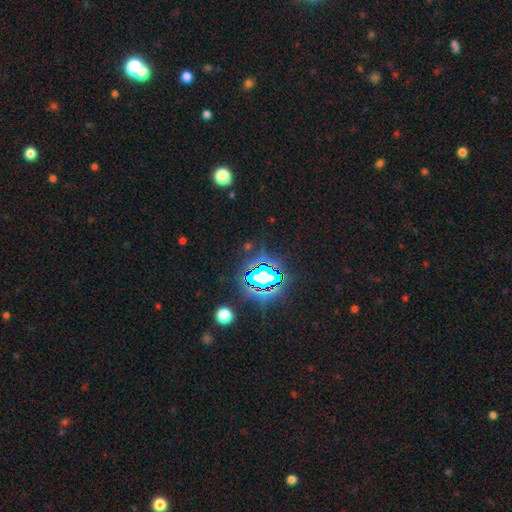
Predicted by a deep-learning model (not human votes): A star or artifact, not a galaxy (83%).